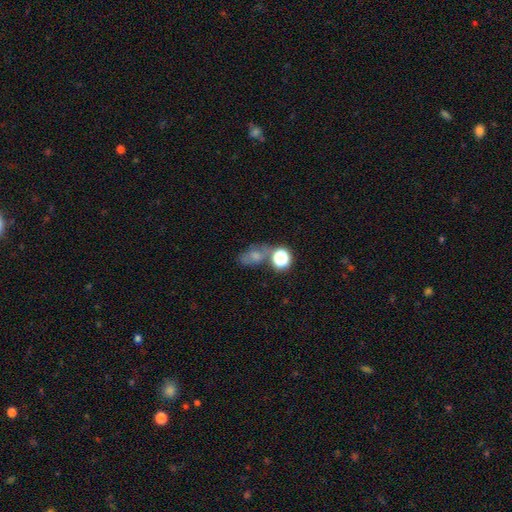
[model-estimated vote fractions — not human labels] A smooth galaxy with no disk features (53%) that is in between round and cigar-shaped (60%). Merging: none (48%).